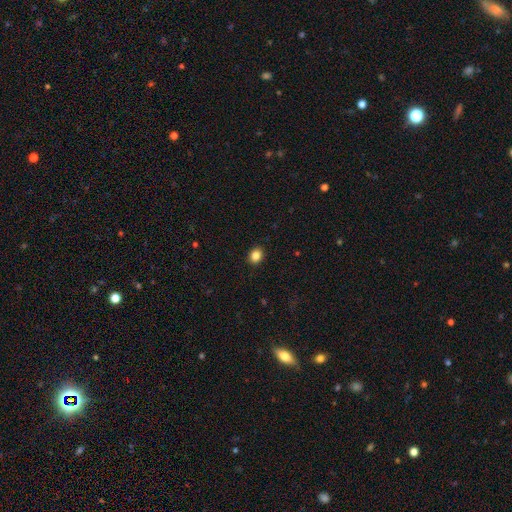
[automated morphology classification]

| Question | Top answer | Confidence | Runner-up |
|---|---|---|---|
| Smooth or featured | smooth | 85% | star or artifact (10%) |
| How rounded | round | 54% | in between (45%) |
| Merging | none | 91% | minor disturbance (7%) |